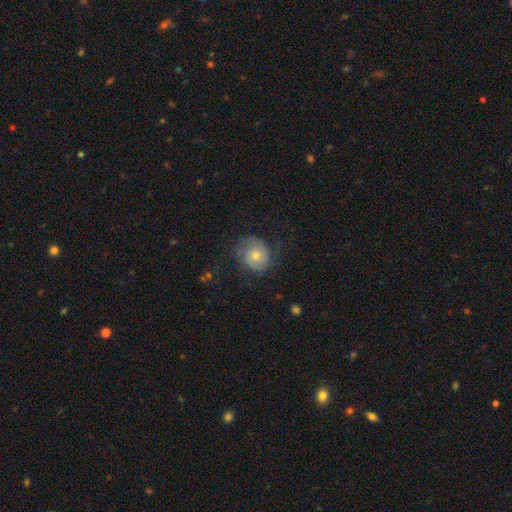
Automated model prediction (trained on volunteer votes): Smooth or featured?
  - featured or disk: 47% *
  - smooth: 44%
  - star or artifact: 9%
Merging?
  - none: 69% *
  - minor disturbance: 19%
  - major disturbance: 10%
  - merger: 1%